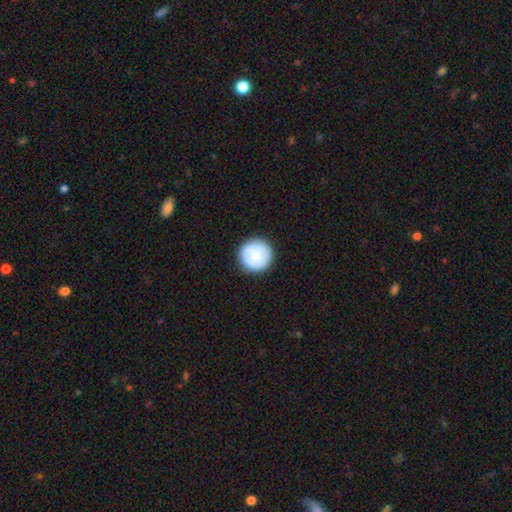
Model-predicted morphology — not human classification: A smooth galaxy with no disk features (69%) that is round (96%). Merging: none (89%).